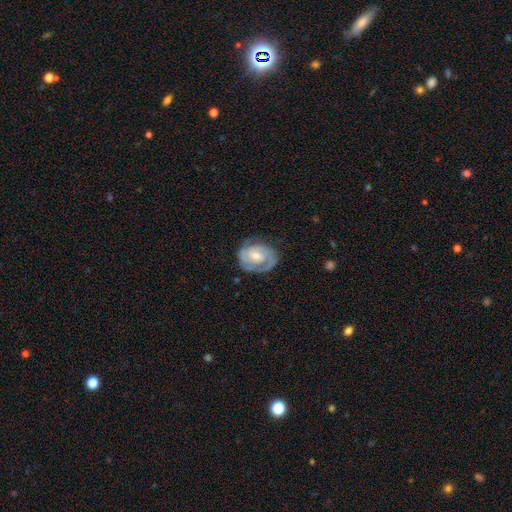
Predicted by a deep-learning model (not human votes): A featured or disk galaxy (78%) with no bar (53%), 2 (61%) tight (59%) spiral arms (91%) and a moderate central bulge (53%). Merging: none (70%).